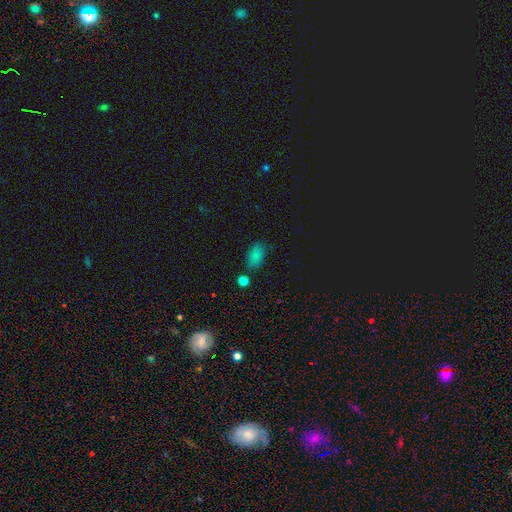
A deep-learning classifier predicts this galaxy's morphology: type=smooth (81%); roundness=in between (89%); merging=none (70%).